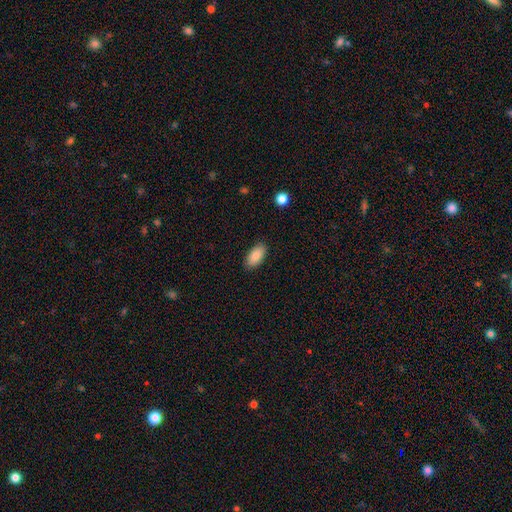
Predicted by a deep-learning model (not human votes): Morphology: type=smooth (86%); roundness=in between (93%); merging=none (88%).